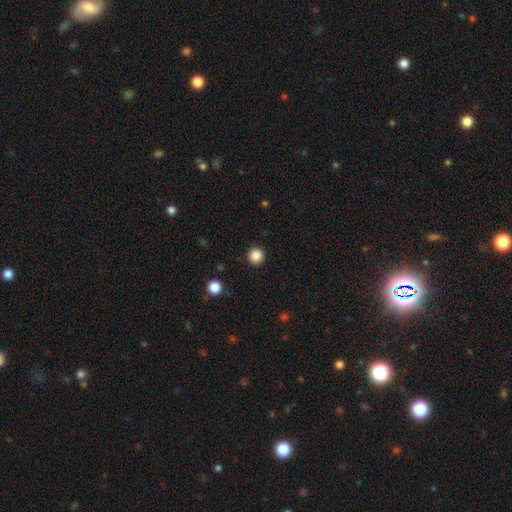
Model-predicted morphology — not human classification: This appears to be a smooth galaxy with no disk features (86%) that is round (95%). Merging: none (93%).